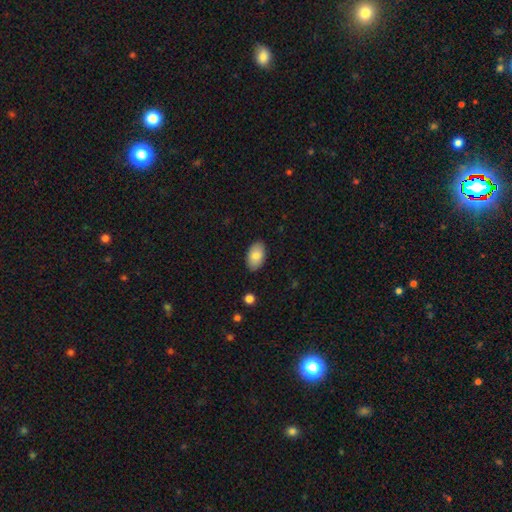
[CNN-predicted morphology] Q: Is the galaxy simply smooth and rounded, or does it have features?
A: smooth — 82%.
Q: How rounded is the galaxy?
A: in between — 94%.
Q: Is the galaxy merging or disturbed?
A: none — 88%.